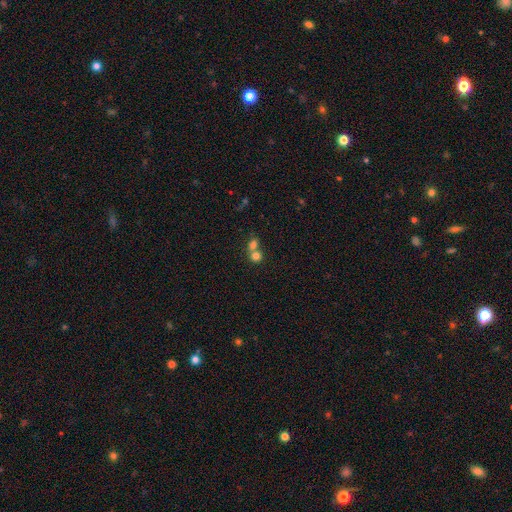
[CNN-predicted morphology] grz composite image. It shows a smooth galaxy with no disk features (76%) that is round (74%). Merging: merger (58%).